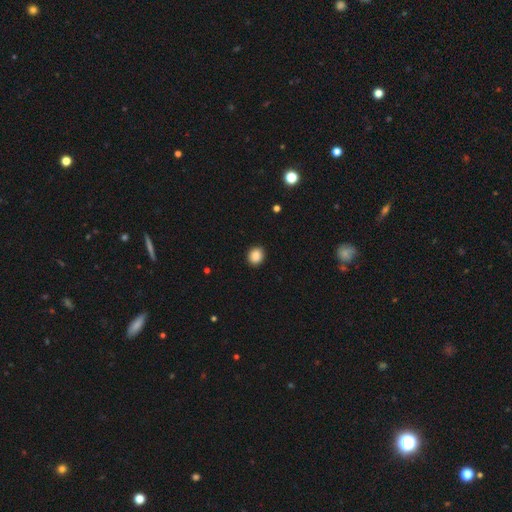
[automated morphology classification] type=smooth (86%); roundness=round (72%); merging=none (92%).